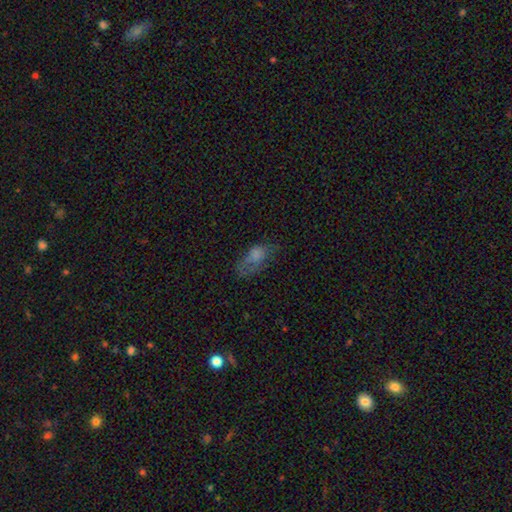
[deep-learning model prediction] smooth 65%, featured or disk 22%, star or artifact 13%. Down the decision tree: how rounded — in between (87%); merging — none (36%).